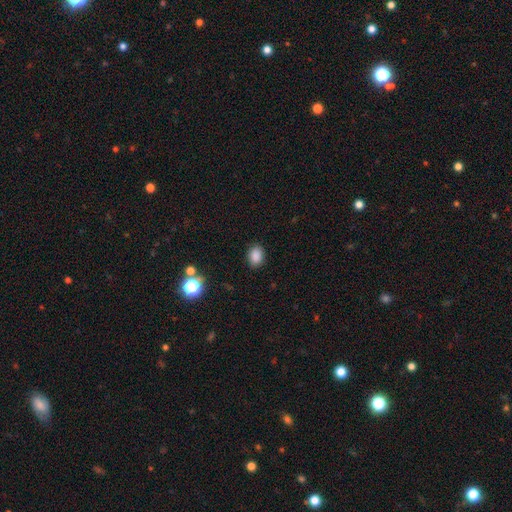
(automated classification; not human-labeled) This appears to be a smooth galaxy with no disk features (86%) that is in between round and cigar-shaped (71%). Merging: none (86%).